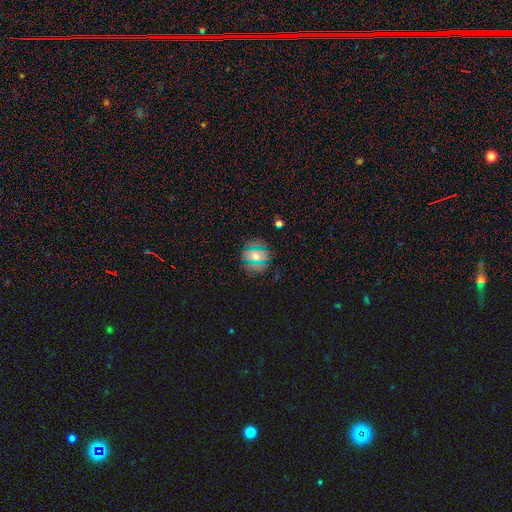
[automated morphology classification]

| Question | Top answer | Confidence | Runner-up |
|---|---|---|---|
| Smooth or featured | smooth | 50% | star or artifact (30%) |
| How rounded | round | 83% | in between (14%) |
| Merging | none | 83% | minor disturbance (11%) |